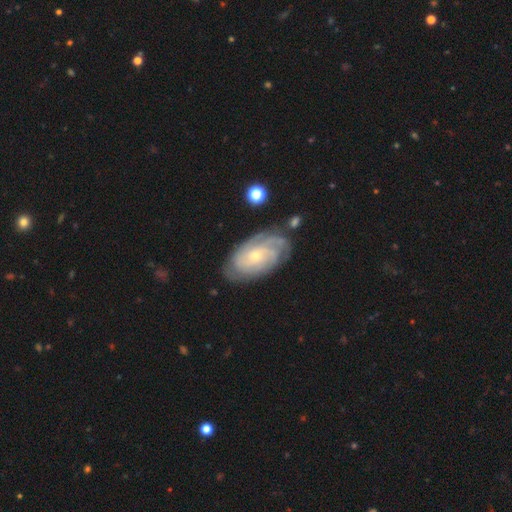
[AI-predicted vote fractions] Smooth or featured?
  - featured or disk: 82% *
  - smooth: 12%
  - star or artifact: 6%
Edge-on disk?
  - no: 95% *
  - yes: 5%
Bar?
  - no: 73% *
  - weak: 23%
  - strong: 5%
Spiral arms?
  - yes: 96% *
  - no: 4%
Spiral winding?
  - tight: 72% *
  - medium: 23%
  - loose: 5%
Spiral arm count?
  - can't tell: 33% *
  - 3: 21%
  - 4: 21%
  - 2: 14%
  - more than 4: 6%
  - 1: 5%
Bulge size?
  - small: 70% *
  - moderate: 26%
  - none: 2%
  - large: 1%
  - dominant: 1%
Merging?
  - none: 73% *
  - minor disturbance: 18%
  - major disturbance: 6%
  - merger: 3%